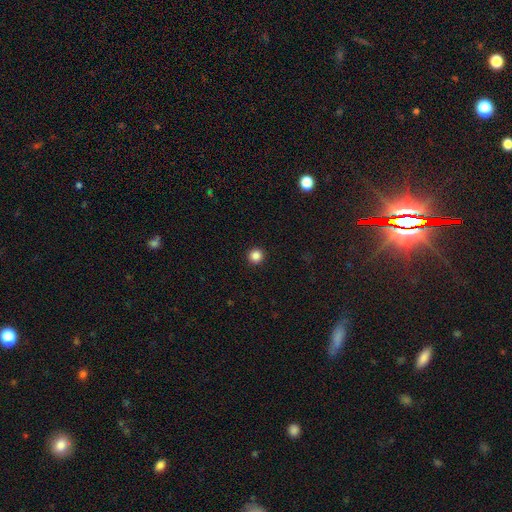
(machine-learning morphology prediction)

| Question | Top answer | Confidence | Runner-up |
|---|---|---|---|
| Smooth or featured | smooth | 86% | star or artifact (11%) |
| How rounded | round | 96% | in between (3%) |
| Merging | none | 94% | minor disturbance (4%) |